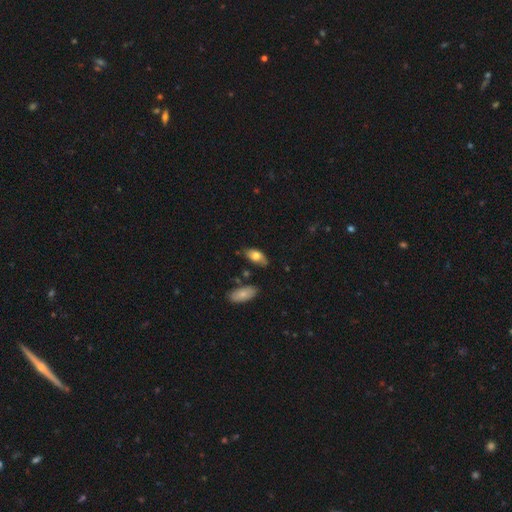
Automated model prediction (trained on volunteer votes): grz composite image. It shows a smooth galaxy with no disk features (72%) that is in between round and cigar-shaped (90%). Merging: none (65%).